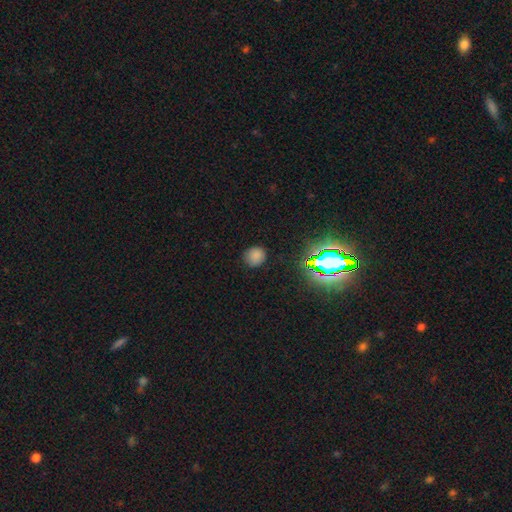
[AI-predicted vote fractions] This is likely a smooth galaxy (77%). How rounded: clearly round (84%). Merging: clearly none (85%).